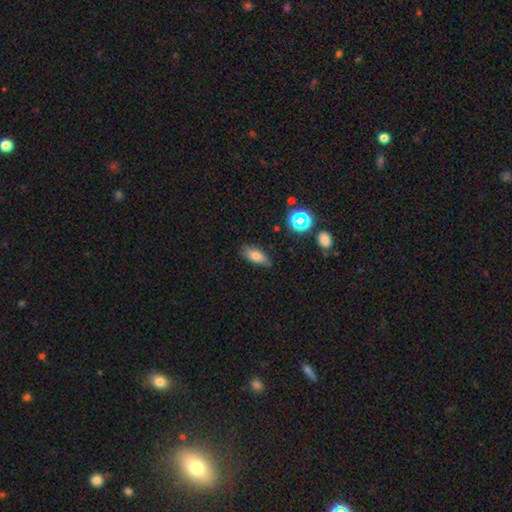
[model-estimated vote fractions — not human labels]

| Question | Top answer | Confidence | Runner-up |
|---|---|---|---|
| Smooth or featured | smooth | 74% | featured or disk (15%) |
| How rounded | in between | 76% | cigar-shaped (19%) |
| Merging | none | 78% | minor disturbance (17%) |